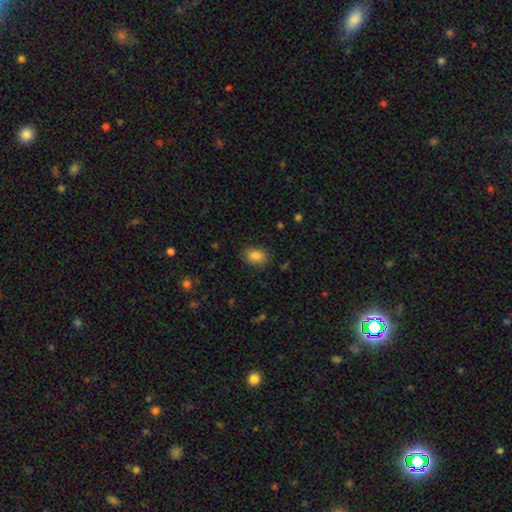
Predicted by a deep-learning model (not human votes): A smooth galaxy with no disk features (86%) that is in between round and cigar-shaped (75%).

Vote fractions:
- Smooth or featured? smooth: 86% / star or artifact: 9% / featured or disk: 5%
- How rounded? in between: 75% / round: 23% / cigar-shaped: 1%
- Merging? none: 84% / minor disturbance: 12% / major disturbance: 3% / merger: 1%